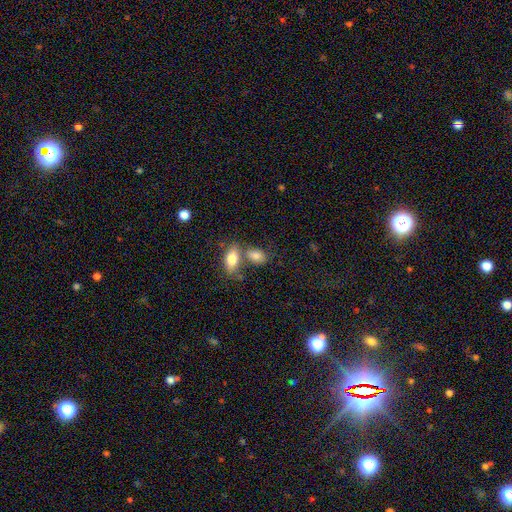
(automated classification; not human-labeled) The model was most divided on "merging": none: 44%, merger: 40%, minor disturbance: 11%, major disturbance: 4%. More confident: how rounded — in between (85%); smooth or featured — smooth (82%).